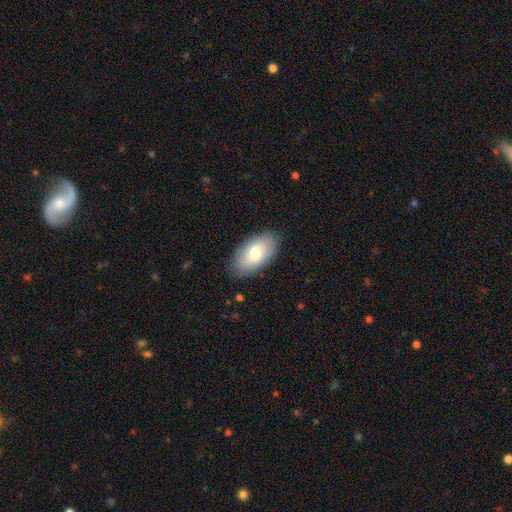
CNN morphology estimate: A smooth galaxy with no disk features (72%) that is in between round and cigar-shaped (94%). Merging: none (86%).